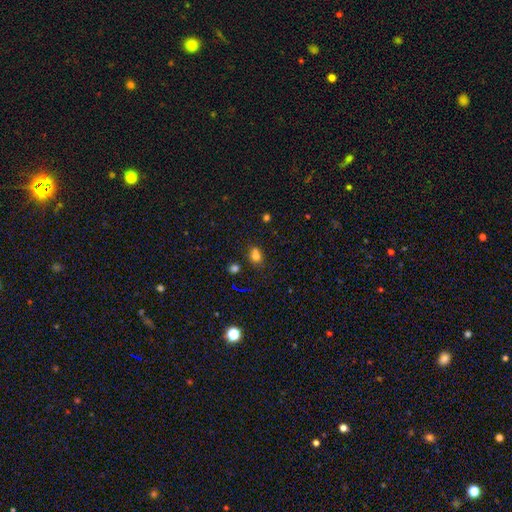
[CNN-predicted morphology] smooth-or-featured: smooth: 70% | star or artifact: 20% | featured or disk: 10%
  how-rounded: round: 56% | in between: 43% | cigar-shaped: 2%
  merging: none: 52% | merger: 27% | minor disturbance: 16% | major disturbance: 5%